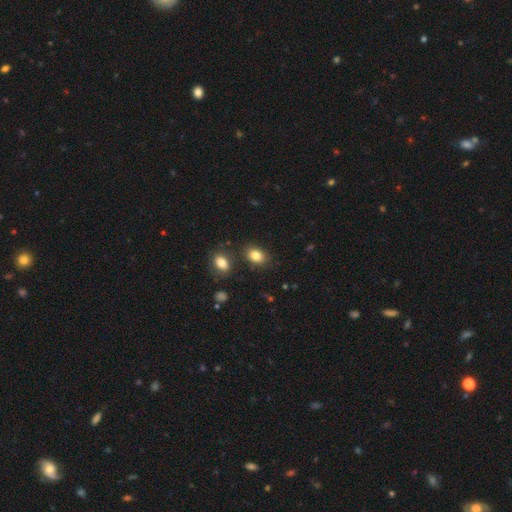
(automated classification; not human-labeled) This appears to be a smooth galaxy with no disk features (84%) that is in between round and cigar-shaped (74%). Merging: none (79%).